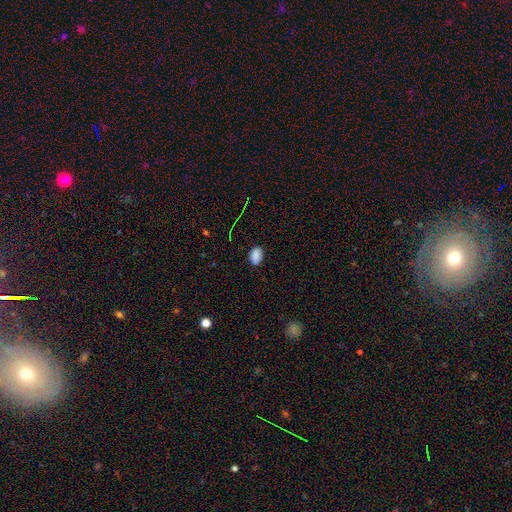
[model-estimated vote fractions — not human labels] This appears to be a smooth galaxy with no disk features (85%) that is in between round and cigar-shaped (84%). Merging: none (83%).